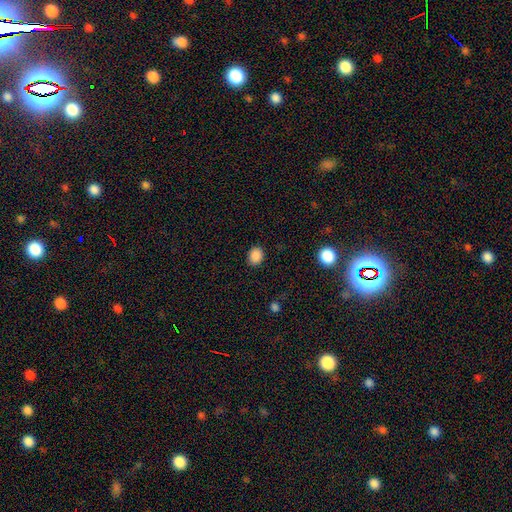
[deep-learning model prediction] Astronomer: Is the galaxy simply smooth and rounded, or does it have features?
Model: smooth — 88%.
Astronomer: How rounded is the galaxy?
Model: round — 52% (runner-up: in between, 47%).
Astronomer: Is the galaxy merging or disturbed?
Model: none — 89%.